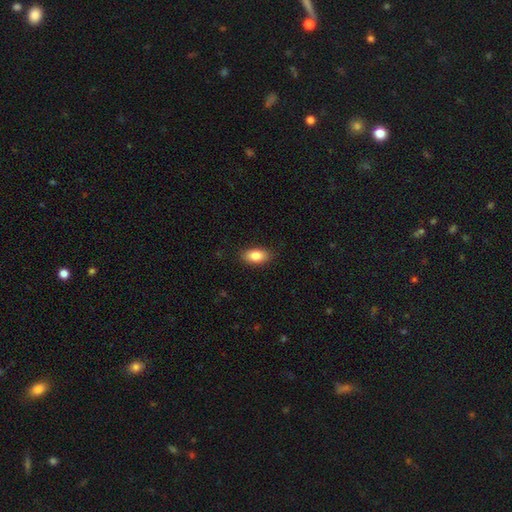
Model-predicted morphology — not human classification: A smooth galaxy with no disk features (85%) that is in between round and cigar-shaped (91%).

Vote fractions:
- Smooth or featured? smooth: 85% / featured or disk: 8% / star or artifact: 7%
- How rounded? in between: 91% / cigar-shaped: 5% / round: 4%
- Merging? none: 87% / minor disturbance: 9% / major disturbance: 2% / merger: 1%